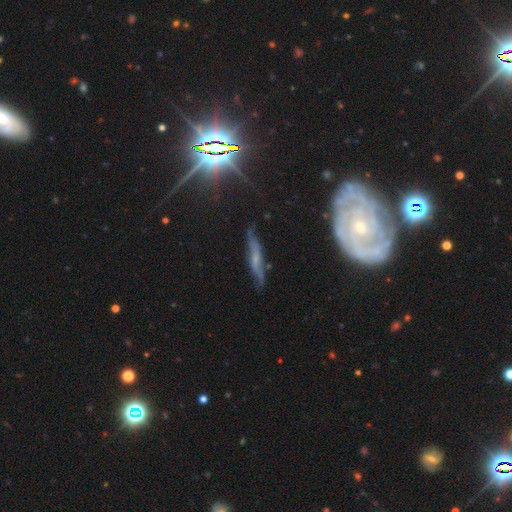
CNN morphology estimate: This appears to be a featured or disk galaxy (62%) viewed edge-on (60%). Merging: none (72%).